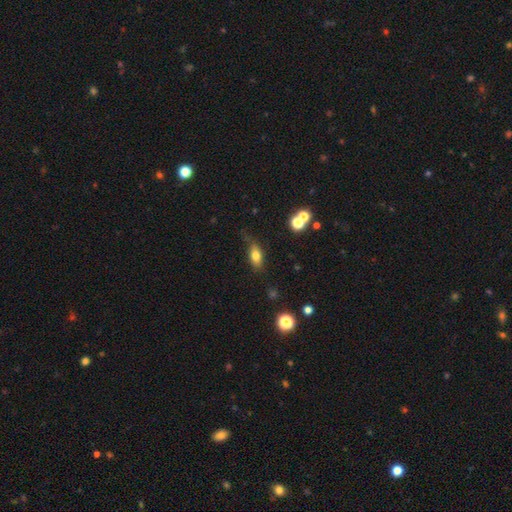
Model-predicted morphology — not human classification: Overall: smooth (75%). How rounded: in between (82%). Merging: none (66%).